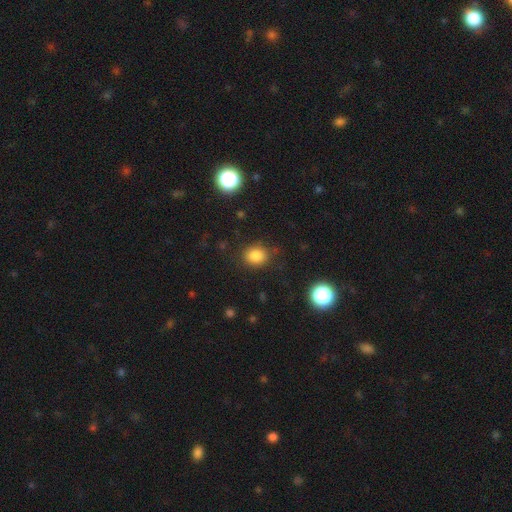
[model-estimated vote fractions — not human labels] Morphology: type=smooth (83%); roundness=round (65%); merging=none (81%).